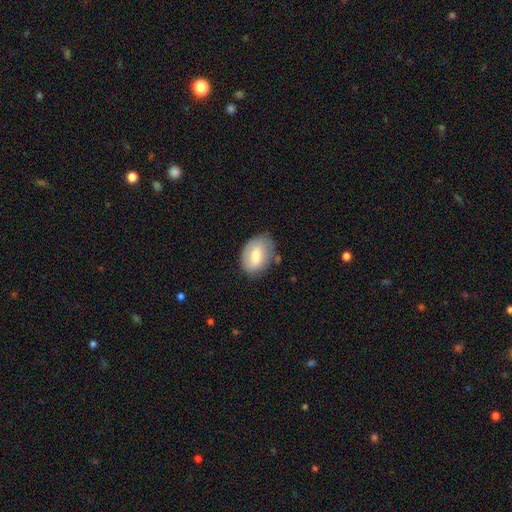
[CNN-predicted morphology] Smooth or featured?
  - smooth: 72% *
  - featured or disk: 21%
  - star or artifact: 7%
How rounded?
  - in between: 82% *
  - round: 16%
  - cigar-shaped: 1%
Merging?
  - none: 70% *
  - minor disturbance: 22%
  - major disturbance: 5%
  - merger: 3%